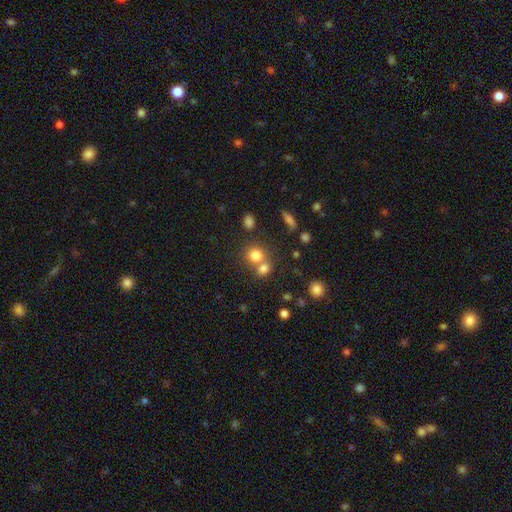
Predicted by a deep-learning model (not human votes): Q: Smooth or featured?
A: smooth (78%); runner-up: star or artifact (13%)
Q: How rounded?
A: round (78%); runner-up: in between (21%)
Q: Merging?
A: none (47%); runner-up: merger (41%)